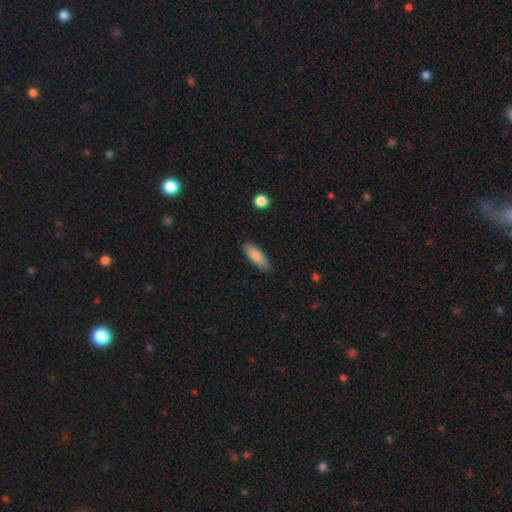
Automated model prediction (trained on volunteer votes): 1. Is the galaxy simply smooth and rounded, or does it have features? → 84% smooth, 9% featured or disk, 6% star or artifact.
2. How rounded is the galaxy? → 59% in between, 39% cigar-shaped, 2% round.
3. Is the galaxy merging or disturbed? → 85% none, 11% minor disturbance, 2% major disturbance, 1% merger.